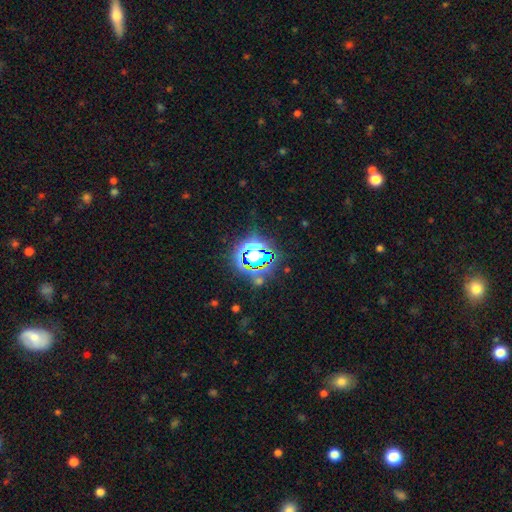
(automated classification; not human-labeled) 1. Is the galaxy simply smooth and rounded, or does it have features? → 67% star or artifact, 21% smooth, 12% featured or disk.